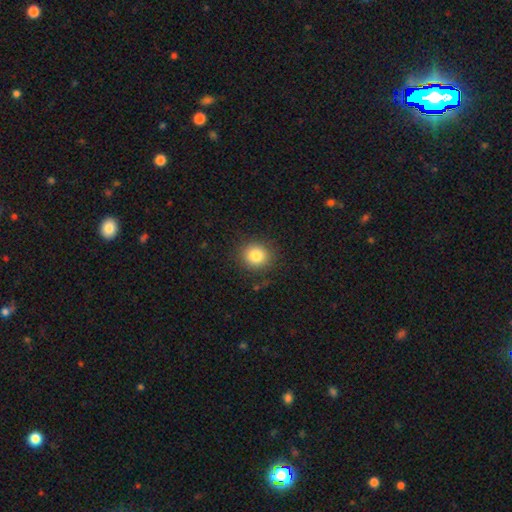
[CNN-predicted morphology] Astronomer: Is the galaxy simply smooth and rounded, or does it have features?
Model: smooth — 83%.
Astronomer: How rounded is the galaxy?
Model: round — 88%.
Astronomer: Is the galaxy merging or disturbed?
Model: none — 88%.